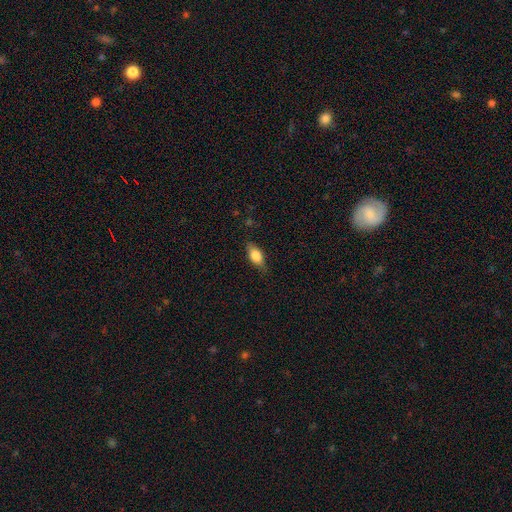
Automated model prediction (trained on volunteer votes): Smooth or featured? smooth (79%)
How rounded? in between (84%)
Merging? none (77%)